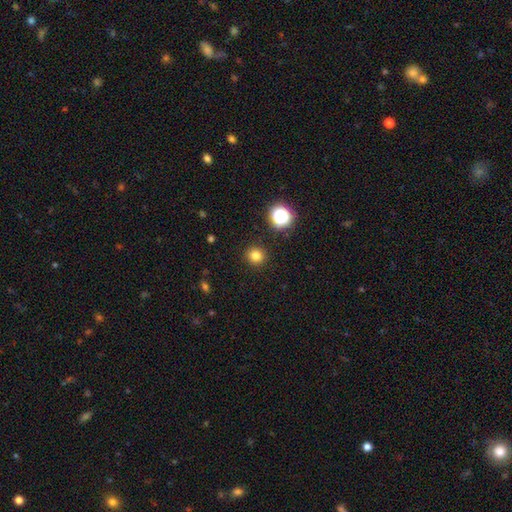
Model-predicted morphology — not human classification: A smooth galaxy with no disk features (79%) that is round (93%). Merging: none (91%).